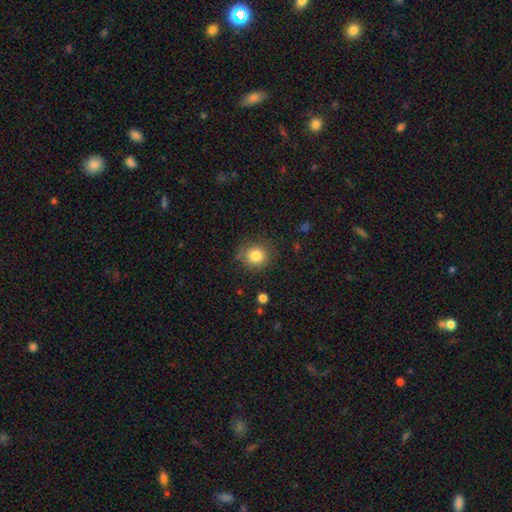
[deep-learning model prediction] Morphology: type=smooth (82%); roundness=round (85%); merging=none (81%).